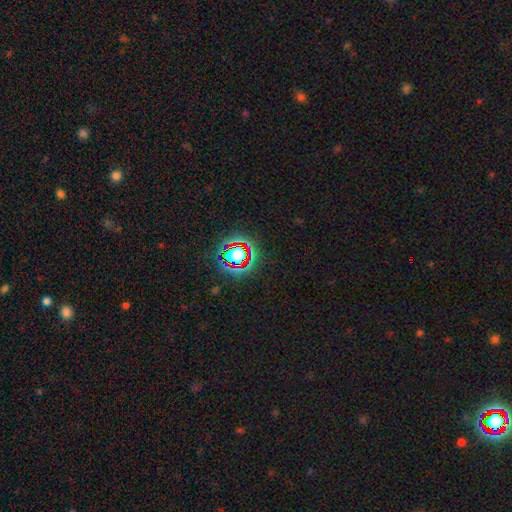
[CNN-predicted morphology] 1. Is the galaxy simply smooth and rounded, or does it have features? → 79% star or artifact, 12% smooth, 9% featured or disk.